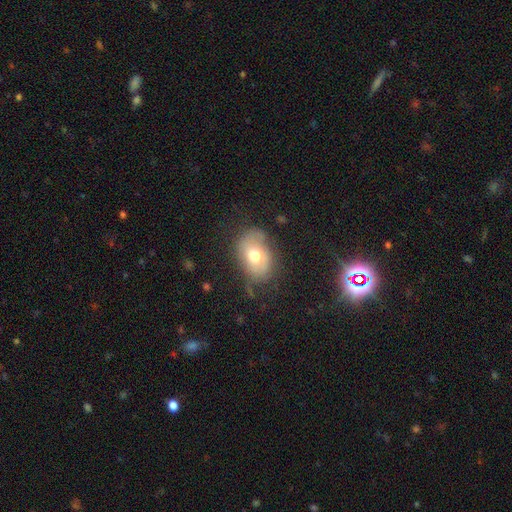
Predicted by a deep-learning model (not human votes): smooth_or_featured: smooth (p=0.63) [alt: featured or disk p=0.28]
how_rounded: in between (p=0.78) [alt: round p=0.21]
merging: none (p=0.60) [alt: minor disturbance p=0.26]